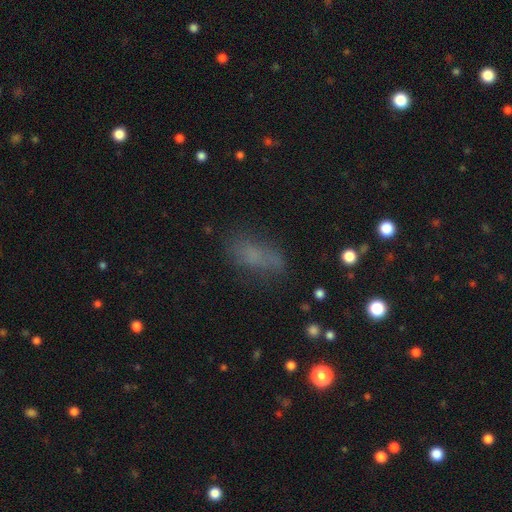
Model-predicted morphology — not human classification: Q: Smooth or featured?
A: smooth (65%); runner-up: star or artifact (19%)
Q: How rounded?
A: in between (80%); runner-up: cigar-shaped (13%)
Q: Merging?
A: none (58%); runner-up: minor disturbance (24%)